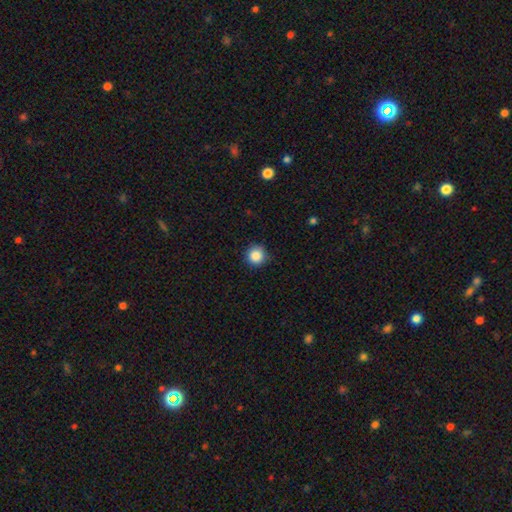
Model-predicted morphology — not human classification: Smooth or featured?
  - smooth: 87% *
  - star or artifact: 10%
  - featured or disk: 3%
How rounded?
  - round: 95% *
  - in between: 4%
  - cigar-shaped: 1%
Merging?
  - none: 87% *
  - minor disturbance: 10%
  - major disturbance: 2%
  - merger: 1%